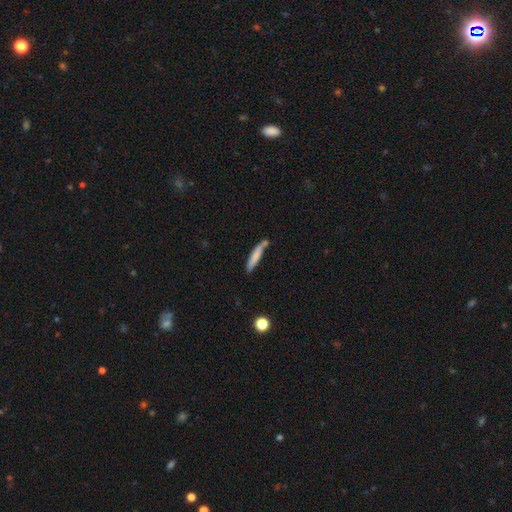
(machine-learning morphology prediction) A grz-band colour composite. It shows a smooth galaxy with no disk features (75%) that is cigar-shaped (90%). Merging: none (67%).